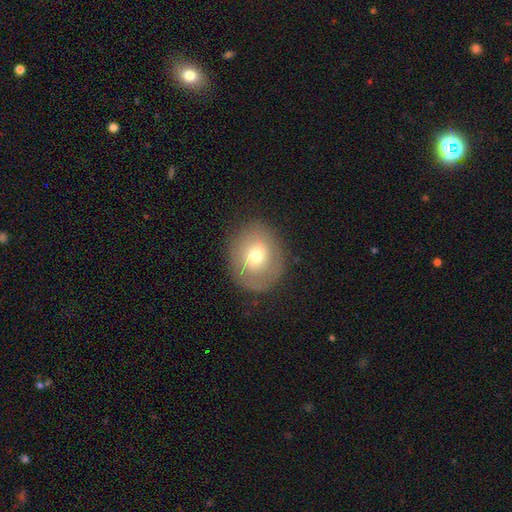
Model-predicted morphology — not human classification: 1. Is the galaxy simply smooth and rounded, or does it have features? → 60% smooth, 31% featured or disk, 10% star or artifact.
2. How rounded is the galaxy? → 69% round, 30% in between, 1% cigar-shaped.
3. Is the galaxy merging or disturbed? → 81% none, 12% minor disturbance, 5% major disturbance, 1% merger.